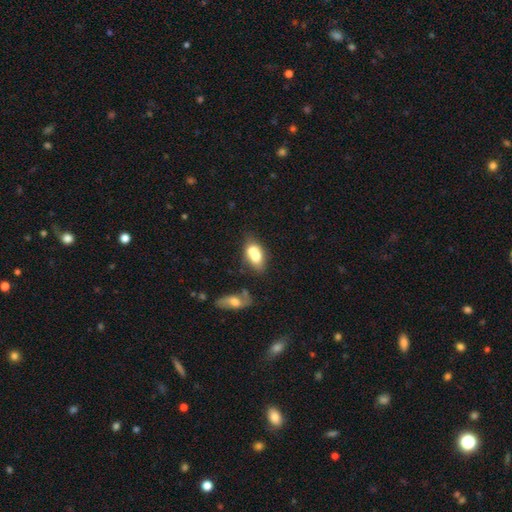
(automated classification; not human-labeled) Morphology: type=smooth (65%); roundness=in between (77%); merging=merger (53%).